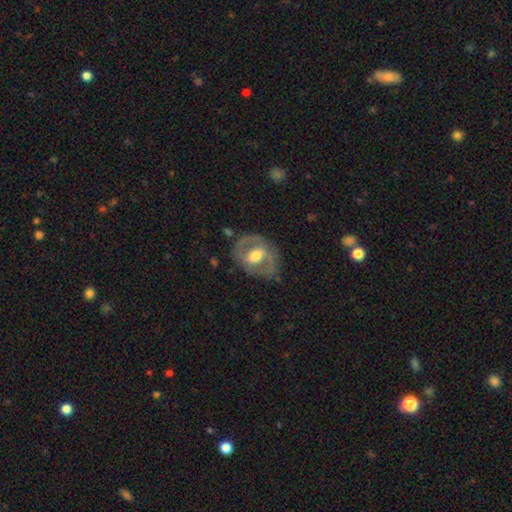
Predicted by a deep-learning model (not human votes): Smooth or featured: featured or disk — 66% (smooth — 28%)
Edge-on disk: no — 94% (yes — 6%)
Bar: weak — 39% (no — 33%)
Spiral arms: no — 54% (yes — 46%)
Bulge size: moderate — 69% (large — 16%)
Merging: none — 75% (minor disturbance — 16%)